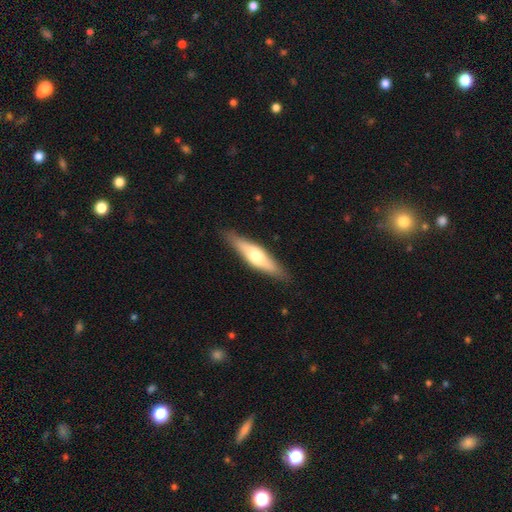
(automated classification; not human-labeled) Smooth or featured? smooth (49%)
Merging? none (85%)